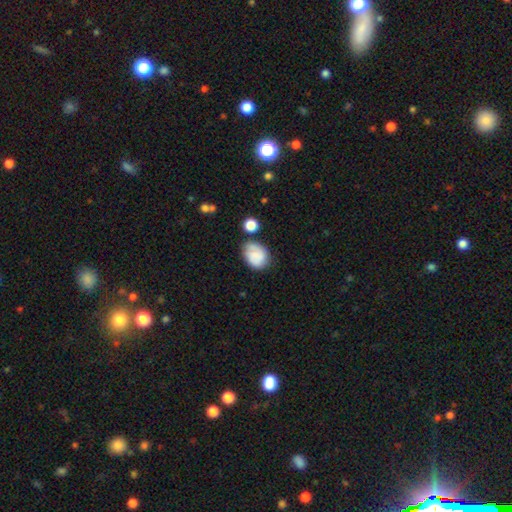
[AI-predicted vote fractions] smooth-or-featured: smooth: 72% | featured or disk: 18% | star or artifact: 9%
  how-rounded: in between: 59% | round: 39% | cigar-shaped: 1%
  merging: none: 56% | minor disturbance: 26% | merger: 9% | major disturbance: 8%